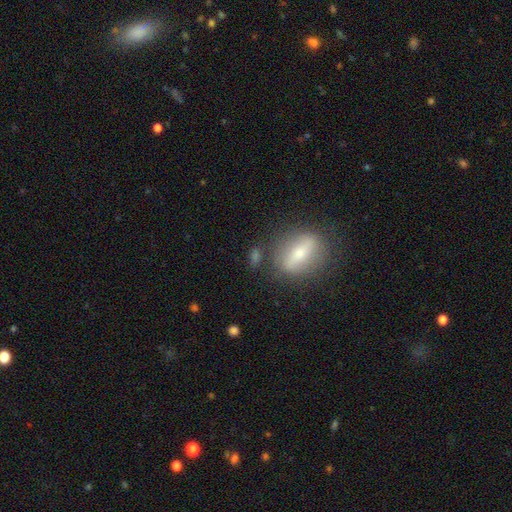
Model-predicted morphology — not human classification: Q: Smooth or featured?
A: smooth (46%); runner-up: featured or disk (45%)
Q: Merging?
A: none (75%); runner-up: minor disturbance (14%)